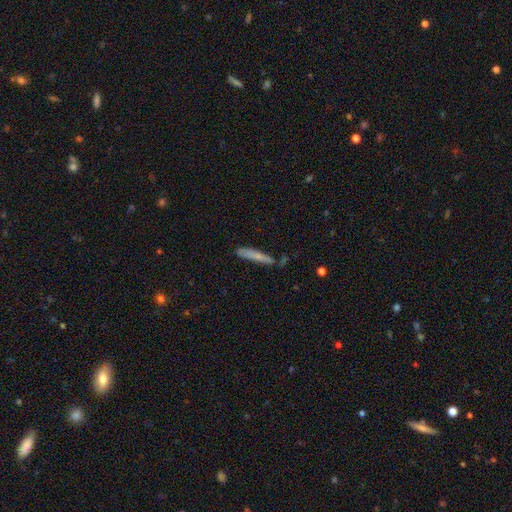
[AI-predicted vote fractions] smooth 68%, featured or disk 25%, star or artifact 7%. Down the decision tree: how rounded — cigar-shaped (94%); merging — none (77%).